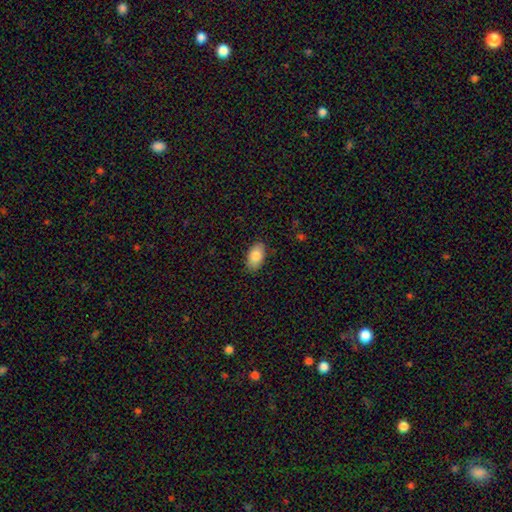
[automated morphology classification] Overall: smooth (85%). How rounded: in between (94%). Merging: none (87%).